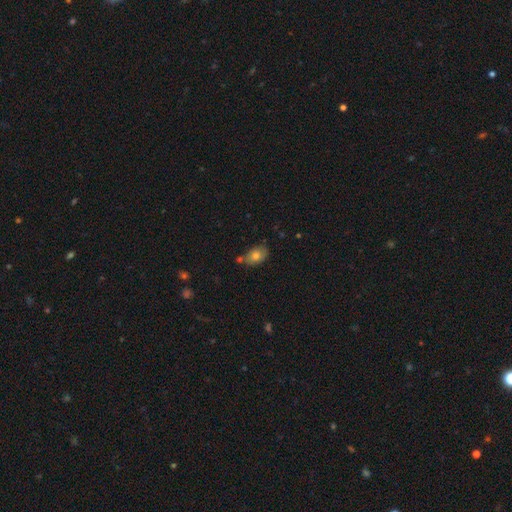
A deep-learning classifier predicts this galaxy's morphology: Smooth or featured? smooth (72%)
How rounded? in between (80%)
Merging? none (58%)